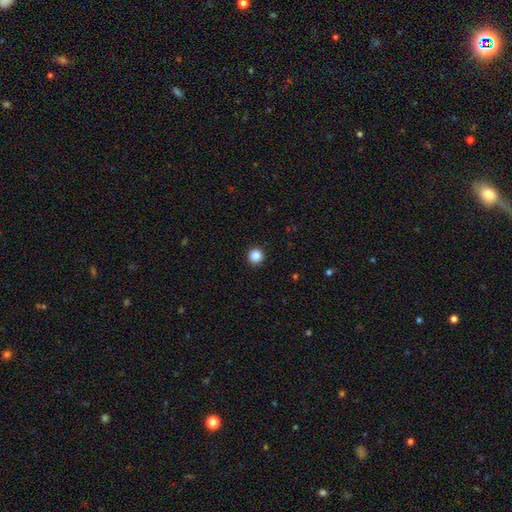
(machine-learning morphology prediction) A smooth galaxy with no disk features (87%) that is round (96%).

Vote fractions:
- Smooth or featured? smooth: 87% / star or artifact: 10% / featured or disk: 3%
- How rounded? round: 96% / in between: 3% / cigar-shaped: 1%
- Merging? none: 93% / minor disturbance: 4% / major disturbance: 2% / merger: 1%